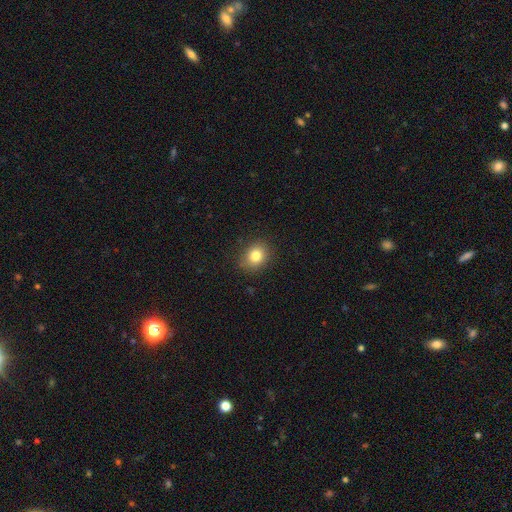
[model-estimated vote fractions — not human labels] This is clearly a smooth galaxy (81%). How rounded: likely round (60%). Merging: clearly none (86%).